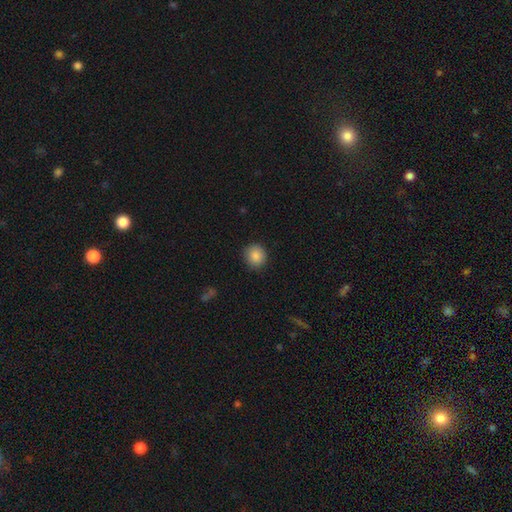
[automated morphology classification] The model was most divided on "how rounded": round: 87%, in between: 13%, cigar-shaped: 1%. More confident: merging — none (88%); smooth or featured — smooth (87%).